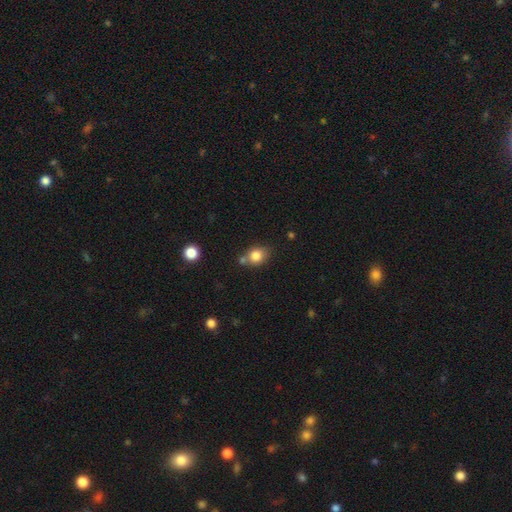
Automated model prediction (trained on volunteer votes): This is clearly a smooth galaxy (81%). How rounded: possibly round (60%). Merging: possibly none (60%).